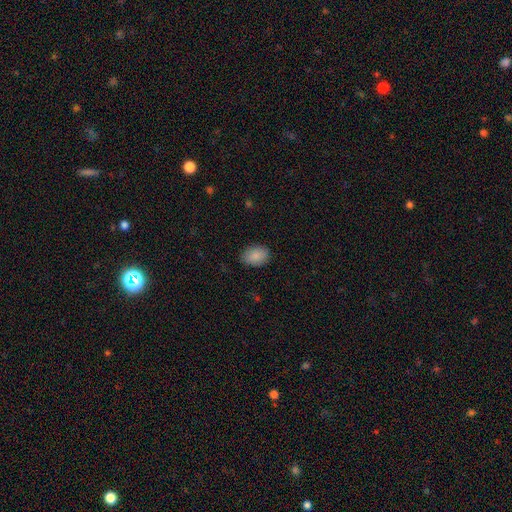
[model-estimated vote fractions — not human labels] Q: Smooth or featured?
A: smooth (89%); runner-up: star or artifact (7%)
Q: How rounded?
A: in between (81%); runner-up: round (18%)
Q: Merging?
A: none (87%); runner-up: minor disturbance (10%)